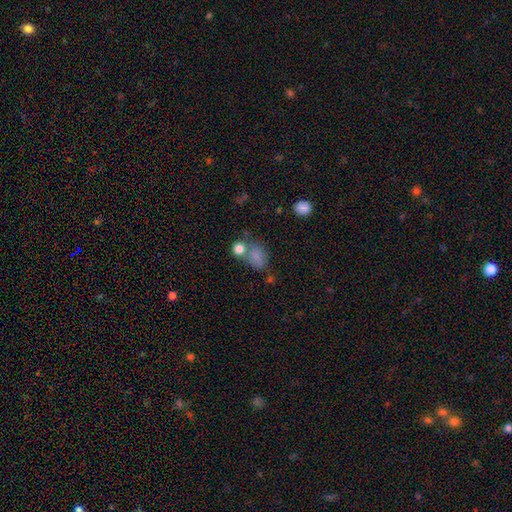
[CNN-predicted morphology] Overall: smooth (77%). How rounded: in between (57%; round 41%). Merging: none (47%; merger 28%).